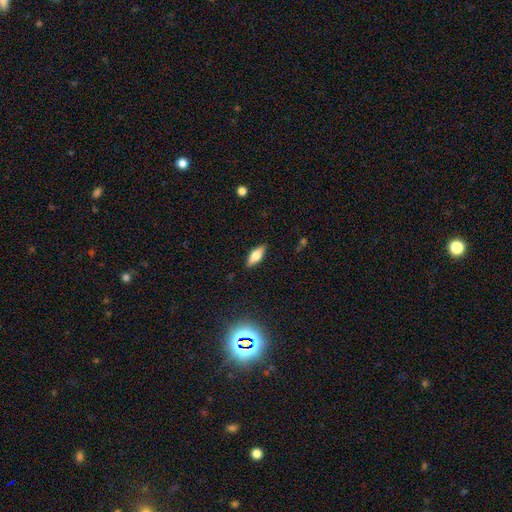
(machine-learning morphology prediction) The model was most divided on "smooth or featured": smooth: 58%, featured or disk: 35%, star or artifact: 8%. More confident: merging — none (88%); how rounded — in between (70%).